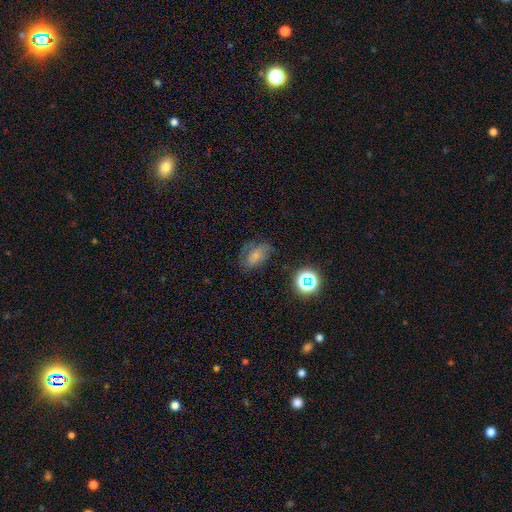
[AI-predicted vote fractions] The model was most divided on "smooth or featured": smooth: 52%, featured or disk: 32%, star or artifact: 16%. More confident: how rounded — in between (82%); merging — none (52%).